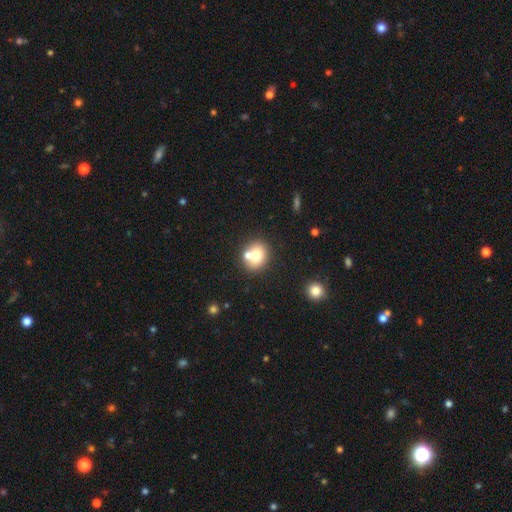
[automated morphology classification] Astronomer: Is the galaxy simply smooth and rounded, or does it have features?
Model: smooth — 72%.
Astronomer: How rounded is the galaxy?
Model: round — 71%.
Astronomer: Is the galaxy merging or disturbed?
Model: none — 57%.